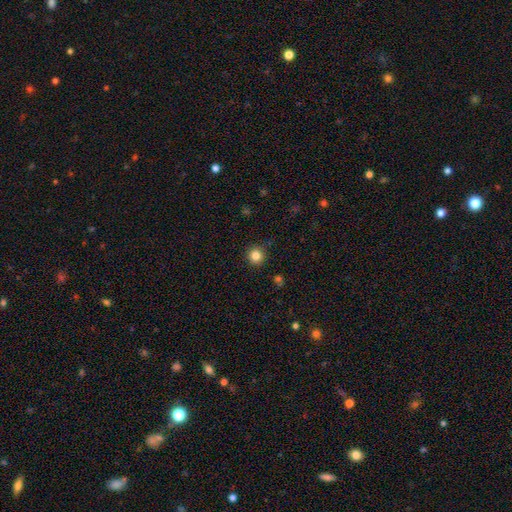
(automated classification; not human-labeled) Smooth or featured? smooth (83%)
How rounded? round (95%)
Merging? none (91%)